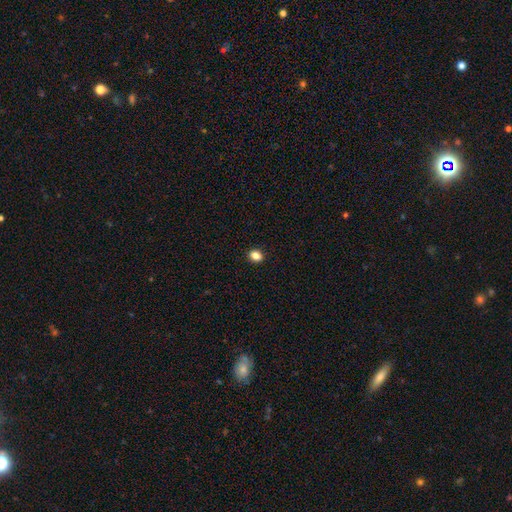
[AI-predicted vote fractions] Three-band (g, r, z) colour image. It shows a smooth galaxy with no disk features (85%) that is round (51%). Merging: none (92%).